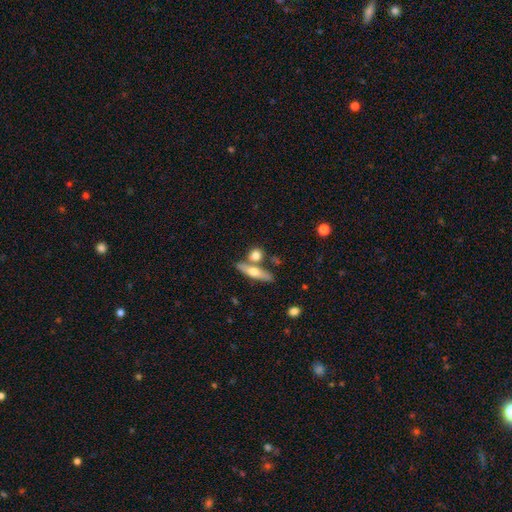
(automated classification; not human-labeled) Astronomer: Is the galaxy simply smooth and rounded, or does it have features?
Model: smooth — 66%.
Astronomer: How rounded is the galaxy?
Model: round — 45% (runner-up: cigar-shaped, 28%).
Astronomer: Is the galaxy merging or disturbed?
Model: none — 59%.